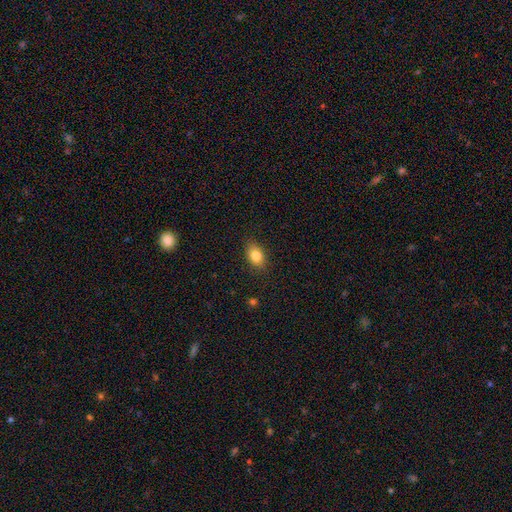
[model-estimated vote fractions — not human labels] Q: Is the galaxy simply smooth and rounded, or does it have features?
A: smooth — 82%.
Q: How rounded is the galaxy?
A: in between — 80%.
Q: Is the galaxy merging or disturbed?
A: none — 86%.